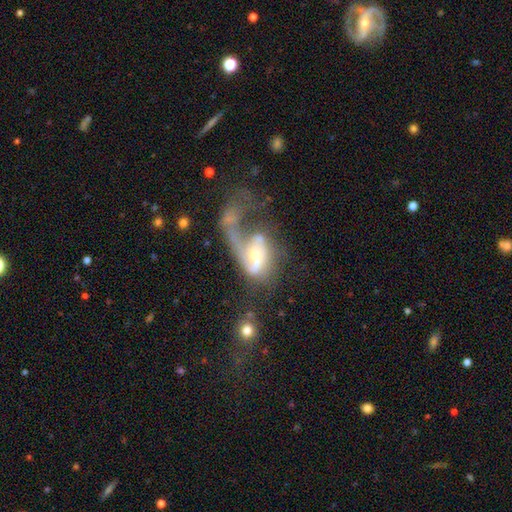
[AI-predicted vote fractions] smooth-or-featured: featured or disk: 75% | smooth: 18% | star or artifact: 8%
  disk-edge-on: no: 96% | yes: 4%
    bar: no: 52% | weak: 36% | strong: 13%
    has-spiral-arms: yes: 81% | no: 19%
      spiral-winding: loose: 65% | medium: 26% | tight: 9%
      spiral-arm-count: 1: 58% | 2: 27% | can't tell: 9% | 3: 3% | 4: 1% | more than 4: 1%
    bulge-size: moderate: 52% | small: 38% | large: 6% | none: 3% | dominant: 1%
  merging: major disturbance: 52% | merger: 22% | none: 16% | minor disturbance: 10%